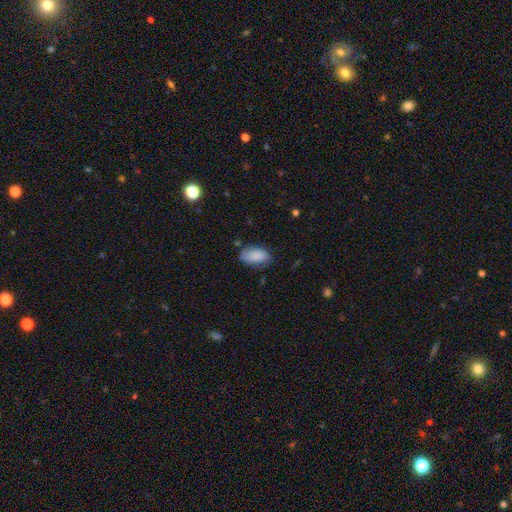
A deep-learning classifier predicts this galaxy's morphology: smooth 87%, star or artifact 7%, featured or disk 6%. Down the decision tree: how rounded — in between (93%); merging — none (71%).